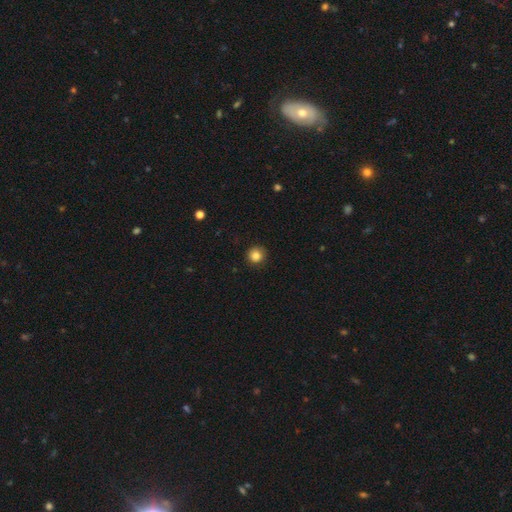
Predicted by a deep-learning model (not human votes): Smooth or featured: smooth — 85% (star or artifact — 11%)
How rounded: round — 94% (in between — 5%)
Merging: none — 91% (minor disturbance — 6%)